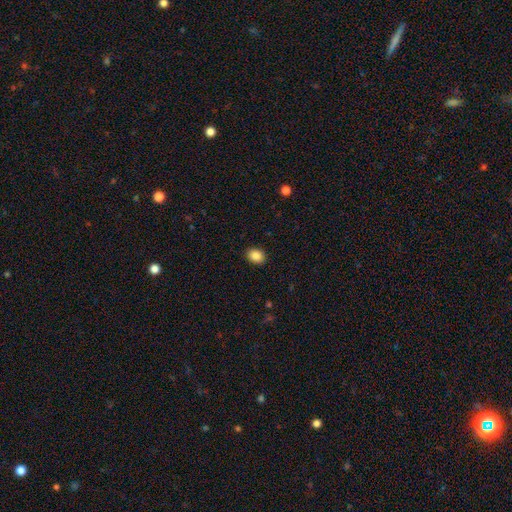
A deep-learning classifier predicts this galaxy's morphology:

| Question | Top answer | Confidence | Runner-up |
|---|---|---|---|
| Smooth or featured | smooth | 87% | star or artifact (9%) |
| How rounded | in between | 60% | round (39%) |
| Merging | none | 90% | minor disturbance (7%) |